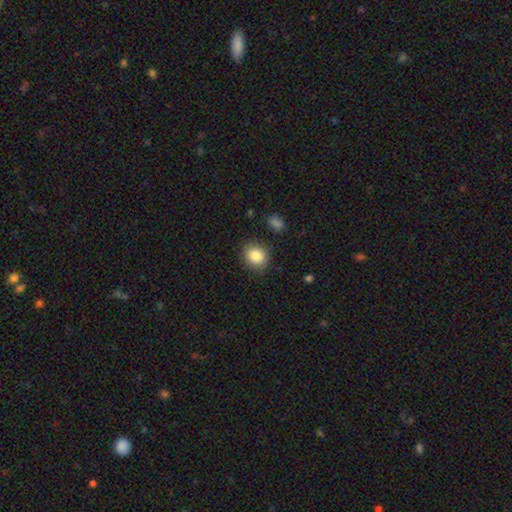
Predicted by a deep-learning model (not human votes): Overall: smooth (85%). How rounded: round (65%; in between 34%). Merging: none (85%).